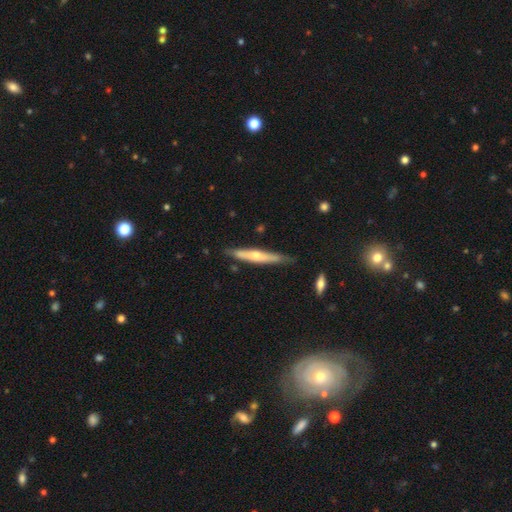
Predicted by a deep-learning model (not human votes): Smooth or featured: featured or disk — 53% (smooth — 41%)
Edge-on disk: yes — 94% (no — 6%)
Edge-on bulge: rounded — 73% (none — 21%)
Merging: none — 77% (minor disturbance — 18%)